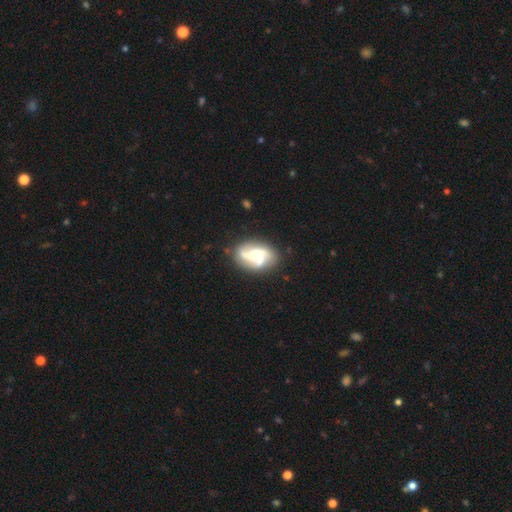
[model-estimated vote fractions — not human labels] smooth_or_featured: featured or disk (p=0.75) [alt: smooth p=0.18]
disk_edge_on: no (p=0.98) [alt: yes p=0.02]
bar: no (p=0.62) [alt: weak p=0.30]
has_spiral_arms: yes (p=0.95) [alt: no p=0.05]
spiral_winding: medium (p=0.45) [alt: loose p=0.33]
spiral_arm_count: 3 (p=0.61) [alt: 2 p=0.16]
bulge_size: small (p=0.25) [tied with: none p=0.25]
merging: none (p=0.69) [alt: minor disturbance p=0.18]